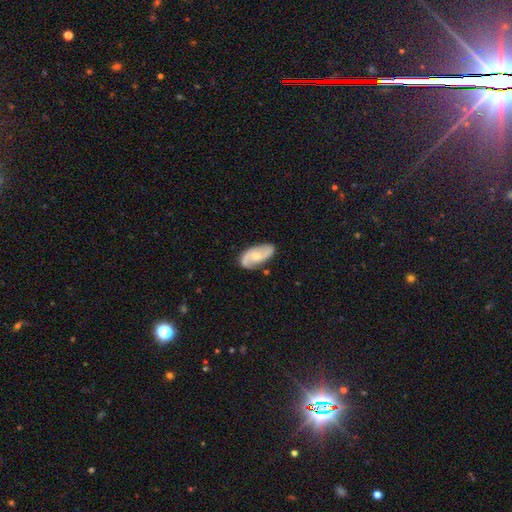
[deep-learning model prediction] A featured or disk galaxy (73%) with no bar (61%), 2 (89%) medium (44%) spiral arms (94%) and a moderate central bulge (52%). Merging: none (80%).